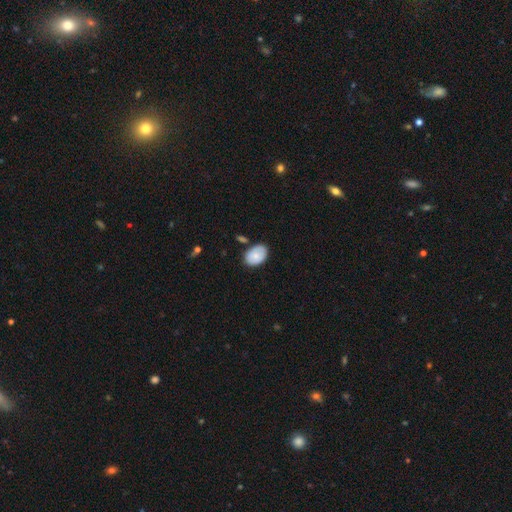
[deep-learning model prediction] This appears to be a smooth galaxy with no disk features (80%) that is in between round and cigar-shaped (87%). Merging: none (73%).